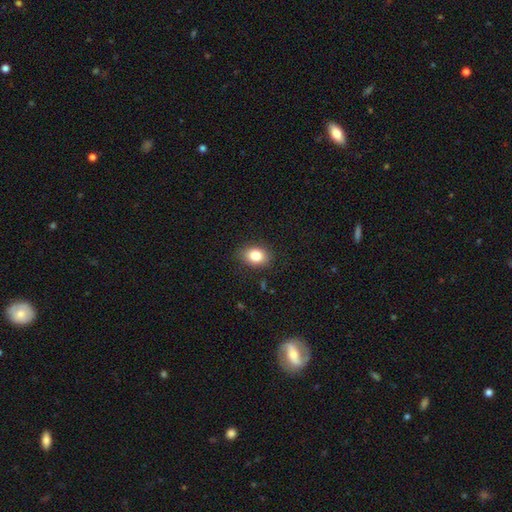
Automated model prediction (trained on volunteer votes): Smooth or featured? smooth (84%)
How rounded? in between (68%)
Merging? none (83%)